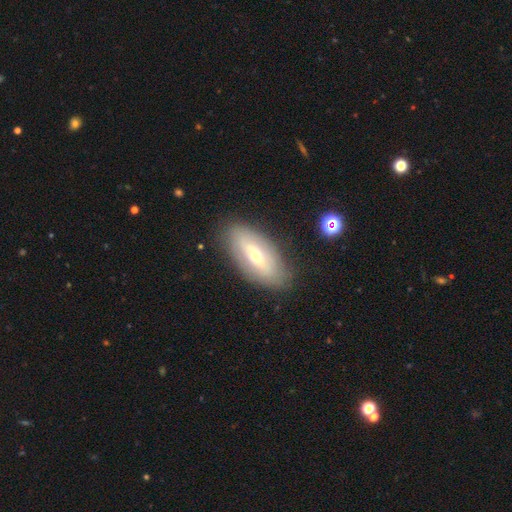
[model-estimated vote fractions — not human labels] The model was most divided on "smooth or featured": featured or disk: 49%, smooth: 43%, star or artifact: 8%. More confident: merging — none (83%).